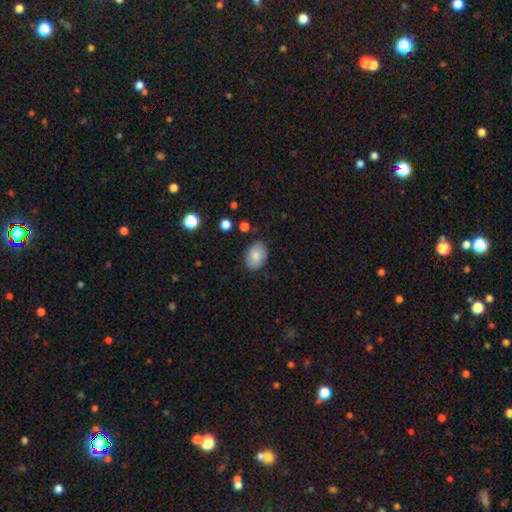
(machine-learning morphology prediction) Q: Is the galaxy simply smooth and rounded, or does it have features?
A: smooth — 85%.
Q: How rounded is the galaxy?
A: in between — 77%.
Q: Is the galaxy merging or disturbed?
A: none — 84%.